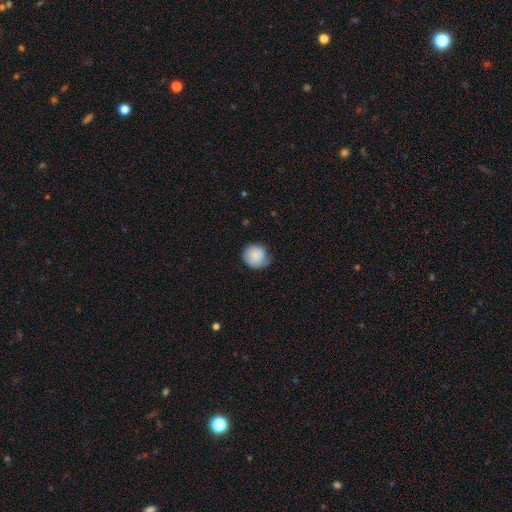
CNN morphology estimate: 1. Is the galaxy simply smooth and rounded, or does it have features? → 82% smooth, 10% featured or disk, 7% star or artifact.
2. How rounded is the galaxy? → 89% round, 11% in between, 1% cigar-shaped.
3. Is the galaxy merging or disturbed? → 62% none, 30% minor disturbance, 6% major disturbance, 1% merger.